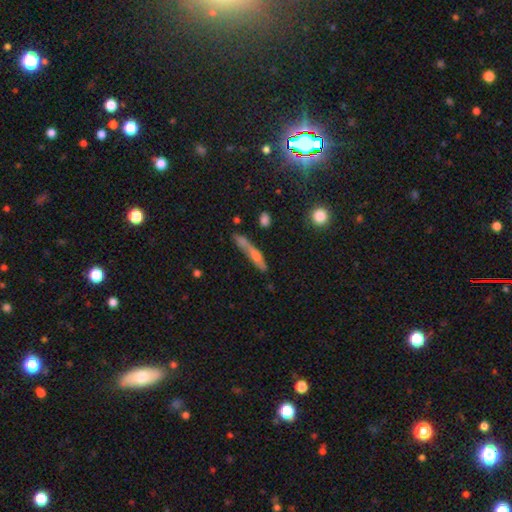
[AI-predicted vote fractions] Overall: smooth (54%; featured or disk 37%). How rounded: cigar-shaped (85%). Merging: none (50%; minor disturbance 22%).